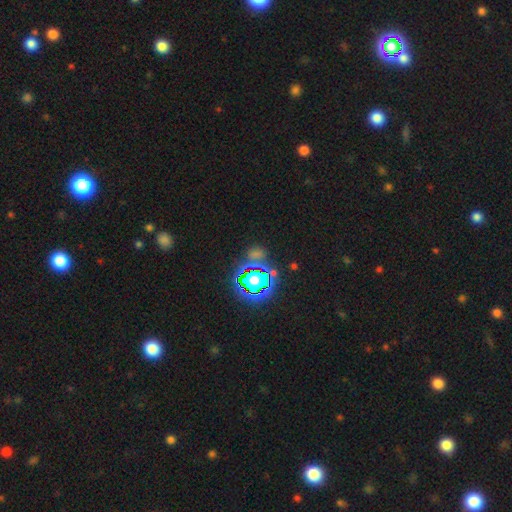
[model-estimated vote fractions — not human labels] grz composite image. It shows a star or artifact, not a galaxy (68%).